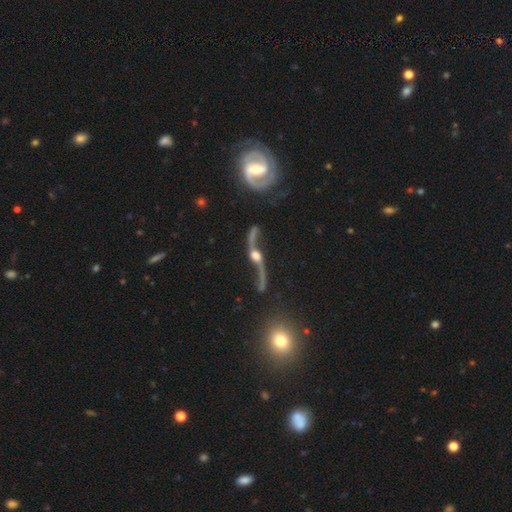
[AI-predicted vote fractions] The model was most divided on "bulge size": moderate: 48%, large: 20%, small: 20%, dominant: 6%, none: 6%. More confident: spiral winding — loose (95%); spiral arms — yes (94%); spiral arm count — 2 (94%); smooth or featured — featured or disk (86%); edge-on disk — no (78%); bar — no (61%); merging — none (59%).